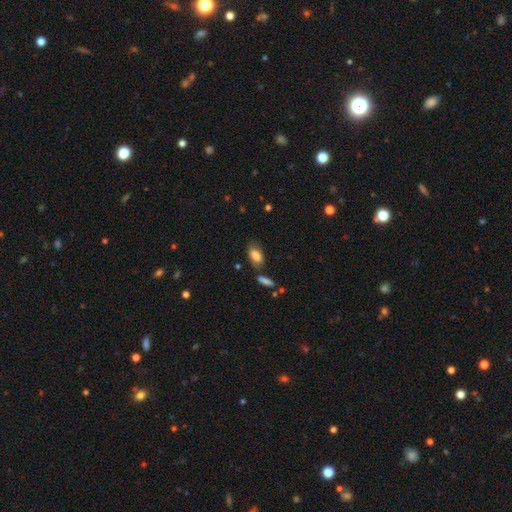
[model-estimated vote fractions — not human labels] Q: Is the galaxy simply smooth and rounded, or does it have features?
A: smooth — 79%.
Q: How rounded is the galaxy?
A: in between — 89%.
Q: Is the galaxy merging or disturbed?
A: none — 65%.